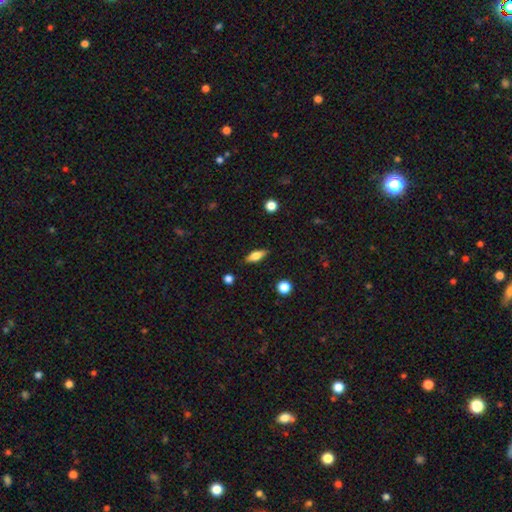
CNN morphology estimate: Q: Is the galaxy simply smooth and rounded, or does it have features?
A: smooth — 62%.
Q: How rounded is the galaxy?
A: in between — 66%.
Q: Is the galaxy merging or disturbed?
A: none — 86%.